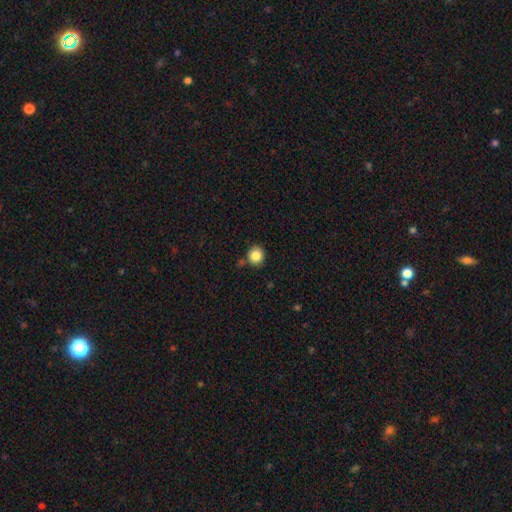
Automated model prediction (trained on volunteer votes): Smooth or featured? smooth (85%)
How rounded? round (86%)
Merging? none (80%)